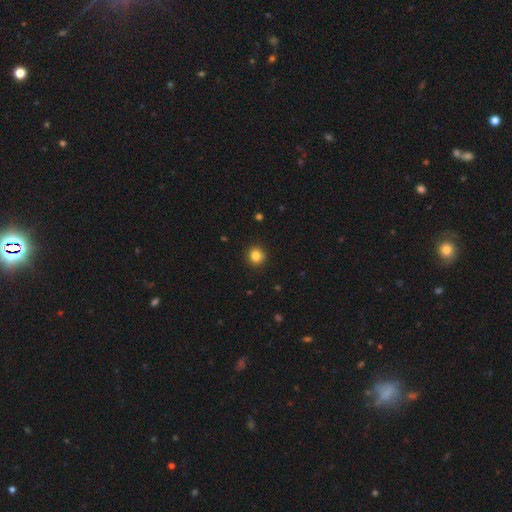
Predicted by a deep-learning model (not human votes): A smooth galaxy with no disk features (83%) that is round (91%).

Vote fractions:
- Smooth or featured? smooth: 83% / star or artifact: 11% / featured or disk: 5%
- How rounded? round: 91% / in between: 8% / cigar-shaped: 1%
- Merging? none: 92% / minor disturbance: 6% / major disturbance: 2% / merger: 1%